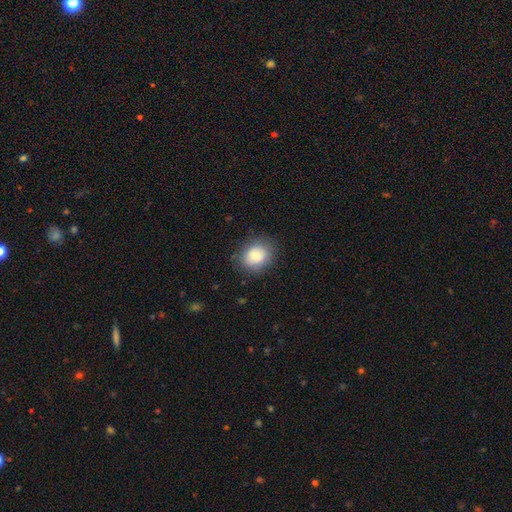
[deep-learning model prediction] smooth-or-featured: smooth: 85% | star or artifact: 8% | featured or disk: 7%
  how-rounded: round: 57% | in between: 42% | cigar-shaped: 1%
  merging: none: 82% | minor disturbance: 13% | major disturbance: 4% | merger: 1%